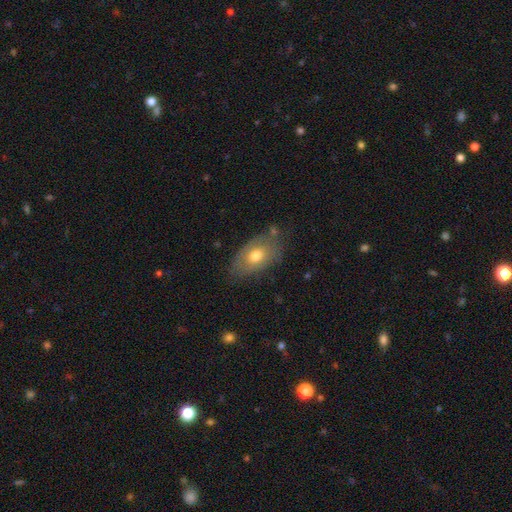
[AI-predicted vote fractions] Q: Smooth or featured?
A: smooth (65%); runner-up: featured or disk (28%)
Q: How rounded?
A: in between (90%); runner-up: round (8%)
Q: Merging?
A: none (68%); runner-up: minor disturbance (23%)